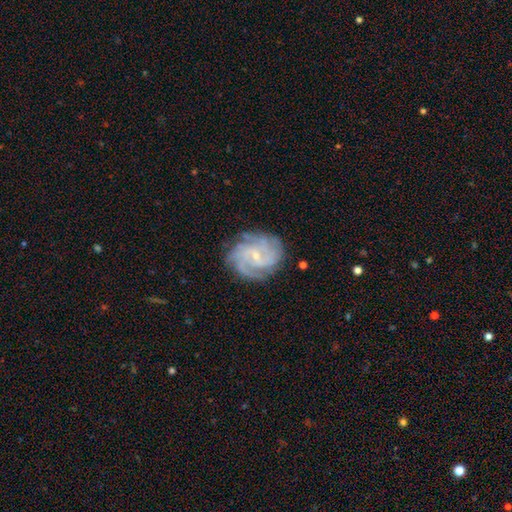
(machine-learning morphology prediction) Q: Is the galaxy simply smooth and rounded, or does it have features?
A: featured or disk — 87%.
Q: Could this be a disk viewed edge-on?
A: no — 98%.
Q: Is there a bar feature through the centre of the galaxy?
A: no — 53%.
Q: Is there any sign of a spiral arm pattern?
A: yes — 98%.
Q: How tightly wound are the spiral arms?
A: tight — 60%.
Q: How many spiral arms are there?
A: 4 — 26%, tied with 3.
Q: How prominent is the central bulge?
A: small — 77%.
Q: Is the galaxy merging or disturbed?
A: none — 78%.